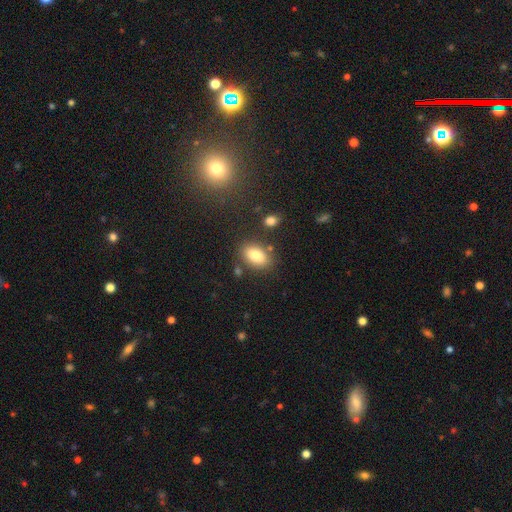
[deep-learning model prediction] Smooth or featured: smooth — 82% (featured or disk — 10%)
How rounded: in between — 89% (round — 9%)
Merging: none — 79% (minor disturbance — 11%)